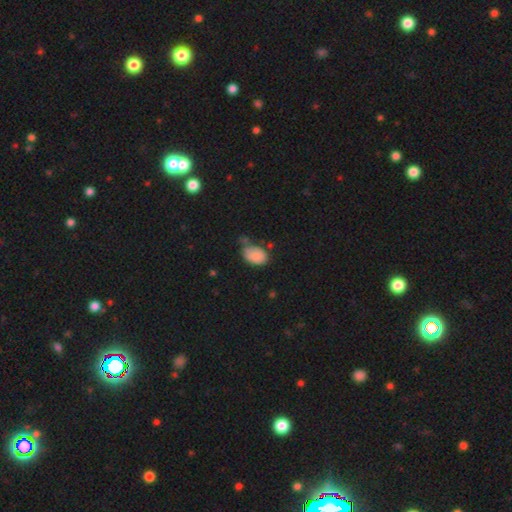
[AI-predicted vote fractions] Q: Smooth or featured?
A: smooth (86%); runner-up: star or artifact (8%)
Q: How rounded?
A: in between (84%); runner-up: round (15%)
Q: Merging?
A: none (54%); runner-up: minor disturbance (28%)